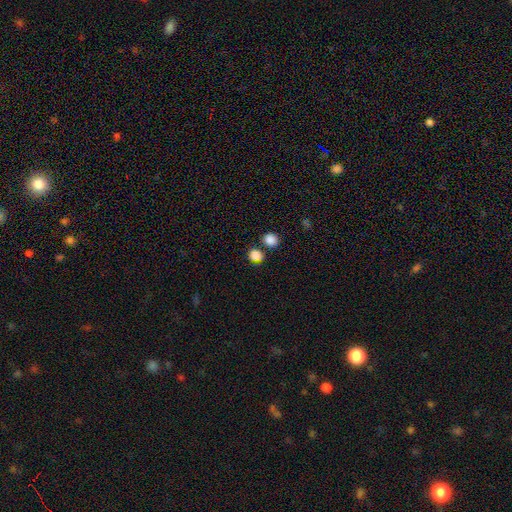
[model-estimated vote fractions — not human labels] Smooth or featured?
  - smooth: 84% *
  - star or artifact: 12%
  - featured or disk: 4%
How rounded?
  - round: 78% *
  - in between: 21%
  - cigar-shaped: 1%
Merging?
  - none: 70% *
  - merger: 16%
  - minor disturbance: 10%
  - major disturbance: 4%